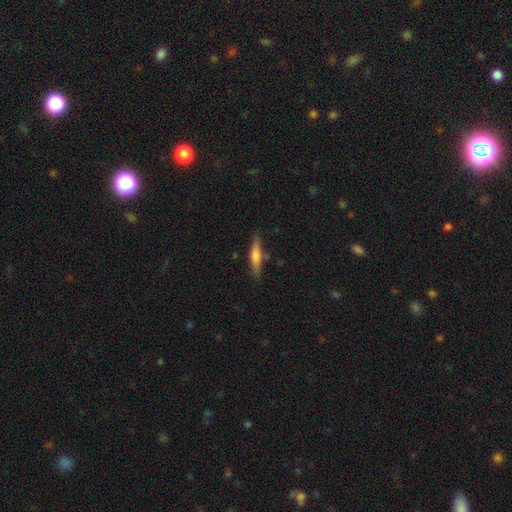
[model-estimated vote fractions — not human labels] Smooth or featured? smooth (51%)
How rounded? cigar-shaped (82%)
Merging? none (82%)